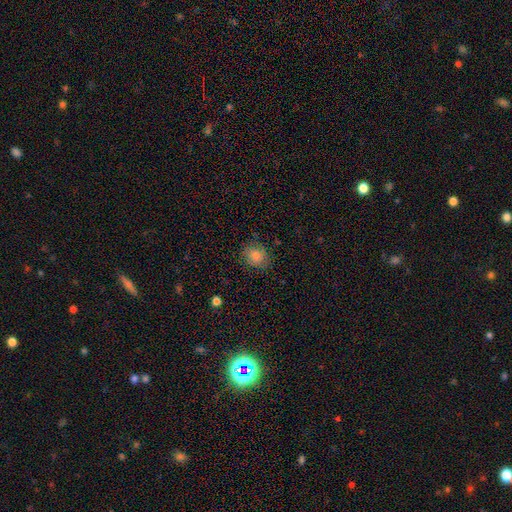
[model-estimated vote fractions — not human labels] Smooth or featured? Predicted: smooth (p=0.78). How rounded? Predicted: round (p=0.68). Merging? Predicted: none (p=0.81).